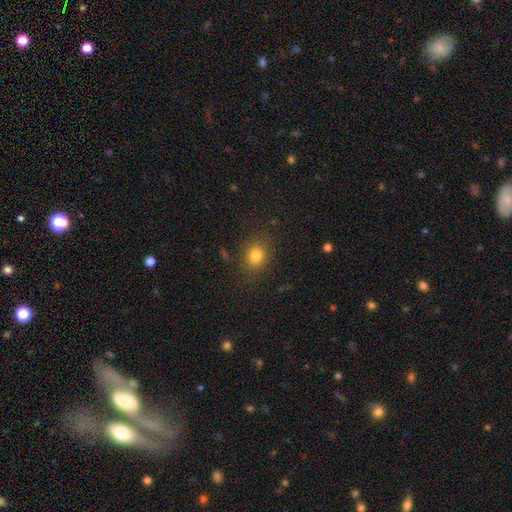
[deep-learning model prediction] Morphology: type=smooth (82%); roundness=round (64%); merging=none (83%).